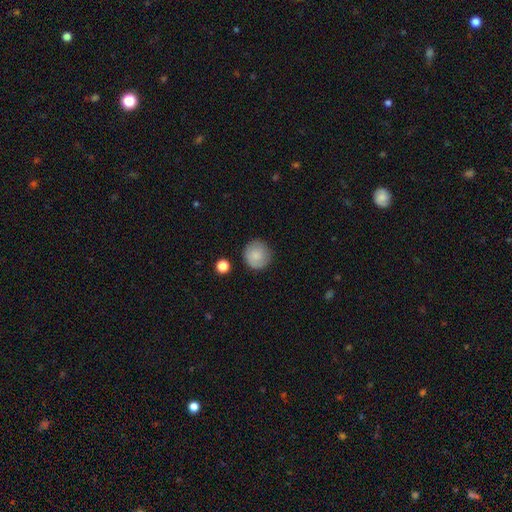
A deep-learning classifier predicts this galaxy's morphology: smooth 82%, featured or disk 10%, star or artifact 7%. Down the decision tree: how rounded — round (93%); merging — none (85%).